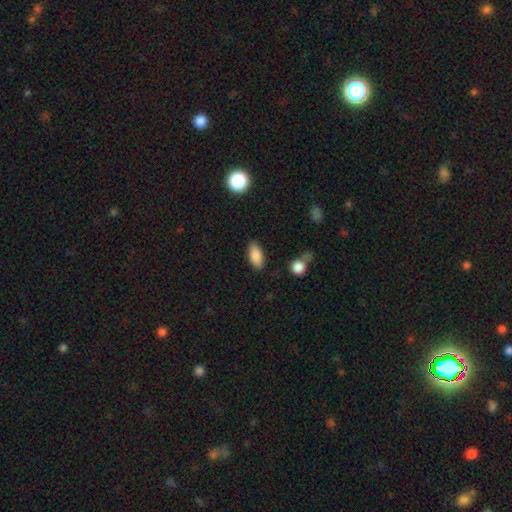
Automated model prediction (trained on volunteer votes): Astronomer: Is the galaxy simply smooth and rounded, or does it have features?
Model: smooth — 87%.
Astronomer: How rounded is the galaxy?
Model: in between — 89%.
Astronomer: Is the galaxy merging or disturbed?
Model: none — 83%.